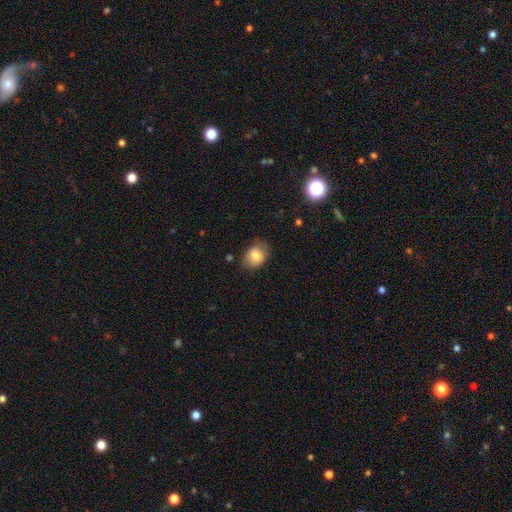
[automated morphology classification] A smooth galaxy with no disk features (82%) that is in between round and cigar-shaped (66%).

Vote fractions:
- Smooth or featured? smooth: 82% / featured or disk: 10% / star or artifact: 8%
- How rounded? in between: 66% / round: 33% / cigar-shaped: 1%
- Merging? none: 72% / minor disturbance: 21% / major disturbance: 5% / merger: 2%